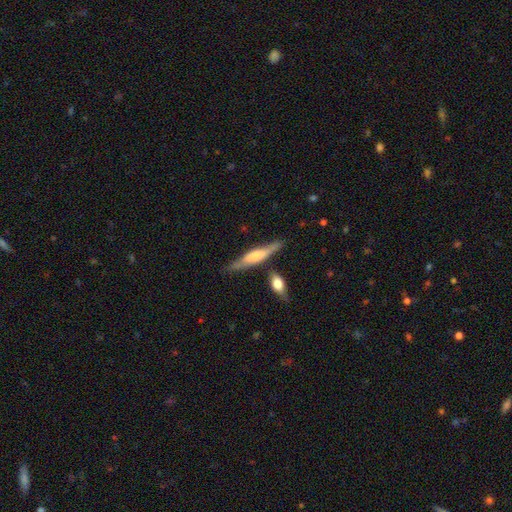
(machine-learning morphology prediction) The model was most divided on "smooth or featured": featured or disk: 51%, smooth: 43%, star or artifact: 6%. More confident: edge-on disk — yes (87%); merging — none (64%).